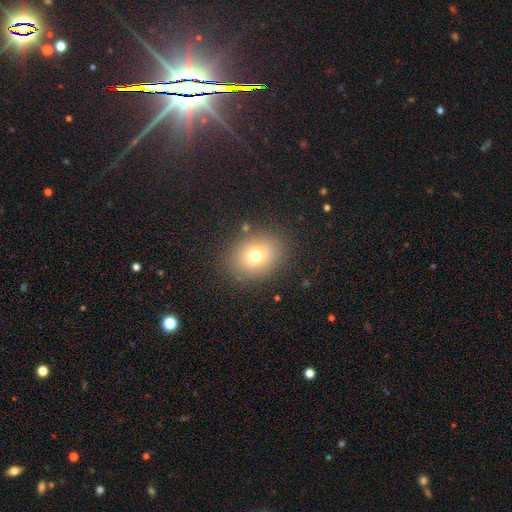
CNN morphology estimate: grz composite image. It shows a smooth galaxy with no disk features (71%) that is round (59%). Merging: none (84%).